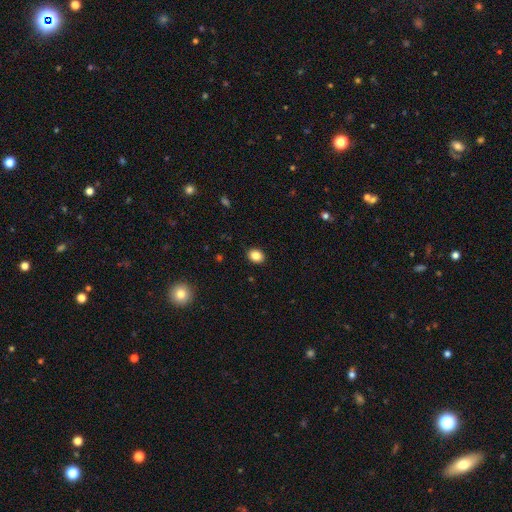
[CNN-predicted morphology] A smooth galaxy with no disk features (86%) that is in between round and cigar-shaped (51%).

Vote fractions:
- Smooth or featured? smooth: 86% / star or artifact: 9% / featured or disk: 5%
- How rounded? in between: 51% / round: 48% / cigar-shaped: 1%
- Merging? none: 90% / minor disturbance: 7% / major disturbance: 2% / merger: 1%